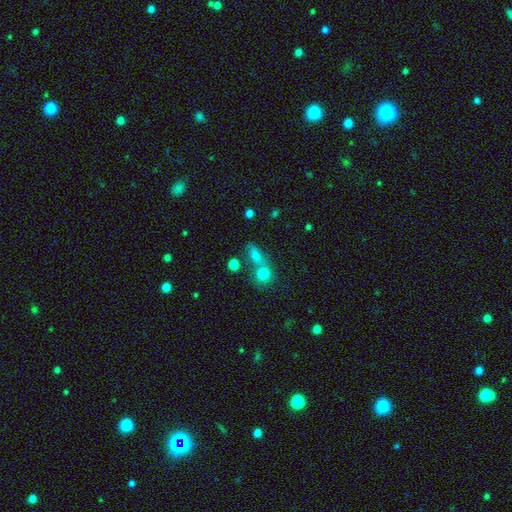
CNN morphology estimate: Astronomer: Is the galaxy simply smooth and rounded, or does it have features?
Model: smooth — 73%.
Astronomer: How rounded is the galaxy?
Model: in between — 59%.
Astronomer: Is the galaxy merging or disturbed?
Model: merger — 45% (runner-up: none, 40%).